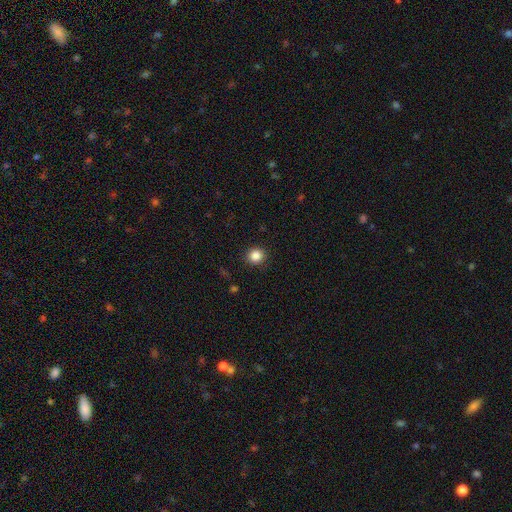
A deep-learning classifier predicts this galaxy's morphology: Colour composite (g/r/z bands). It shows a smooth galaxy with no disk features (86%) that is round (90%). Merging: none (91%).